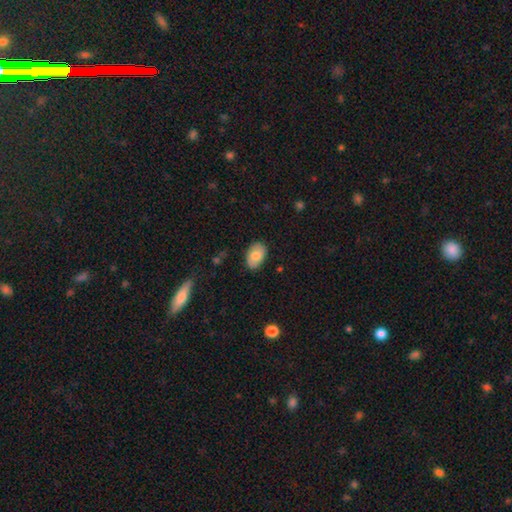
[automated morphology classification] type=smooth (78%); roundness=in between (90%); merging=none (83%).